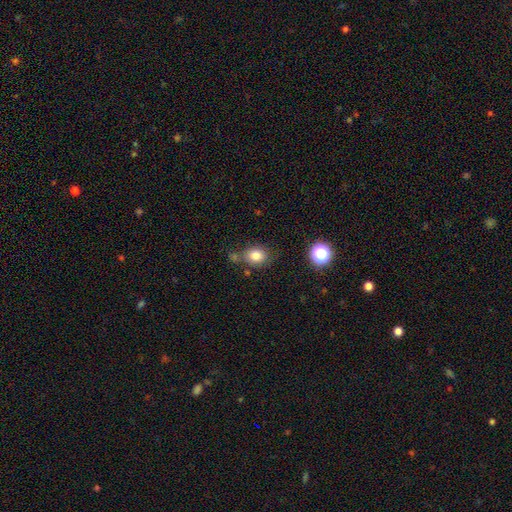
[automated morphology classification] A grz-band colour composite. It shows a smooth galaxy with no disk features (82%) that is round (53%). Merging: none (66%).